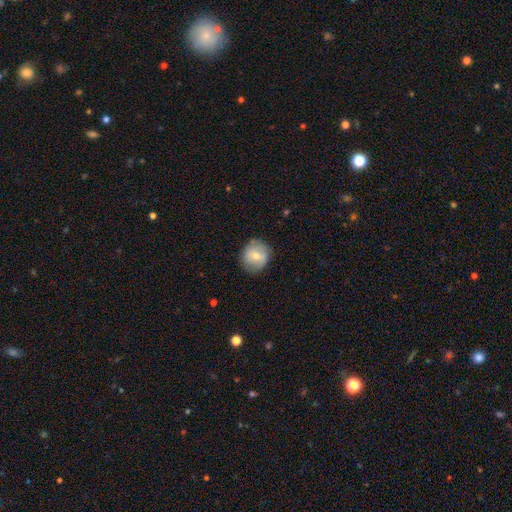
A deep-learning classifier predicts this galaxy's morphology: type=smooth (59%); roundness=round (81%); merging=none (81%).